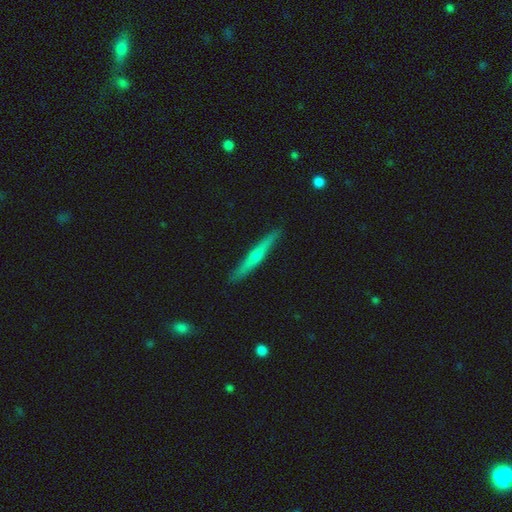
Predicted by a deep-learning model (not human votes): Smooth or featured? featured or disk (54%)
Edge-on disk? yes (97%)
Edge-on bulge? rounded (62%)
Merging? none (90%)